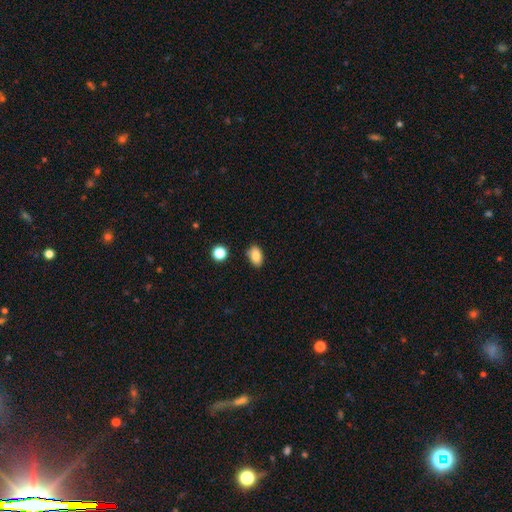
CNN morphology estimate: Smooth or featured?
  - smooth: 86% *
  - star or artifact: 9%
  - featured or disk: 5%
How rounded?
  - in between: 86% *
  - round: 12%
  - cigar-shaped: 2%
Merging?
  - none: 82% *
  - minor disturbance: 13%
  - merger: 3%
  - major disturbance: 3%